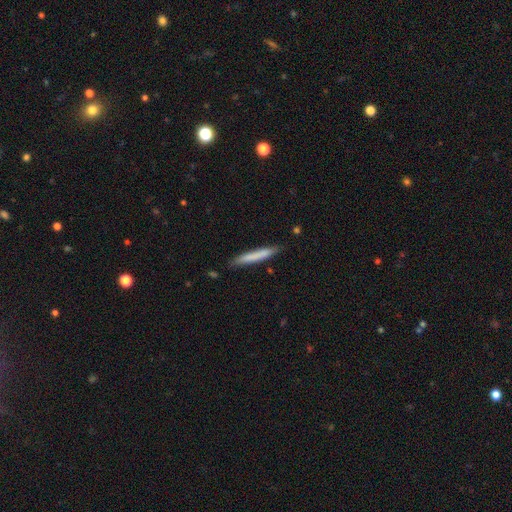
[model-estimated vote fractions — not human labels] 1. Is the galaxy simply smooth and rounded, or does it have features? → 74% smooth, 21% featured or disk, 6% star or artifact.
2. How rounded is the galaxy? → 95% cigar-shaped, 3% in between, 1% round.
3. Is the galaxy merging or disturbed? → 85% none, 12% minor disturbance, 2% major disturbance, 2% merger.